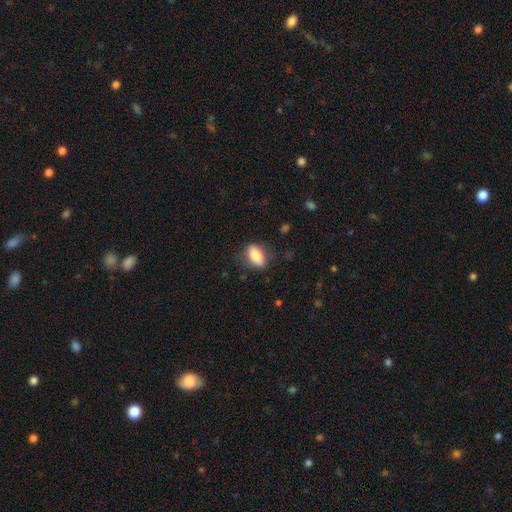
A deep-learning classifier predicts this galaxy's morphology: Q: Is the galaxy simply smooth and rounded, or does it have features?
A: smooth — 77%.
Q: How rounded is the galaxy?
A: in between — 84%.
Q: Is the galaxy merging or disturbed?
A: none — 78%.